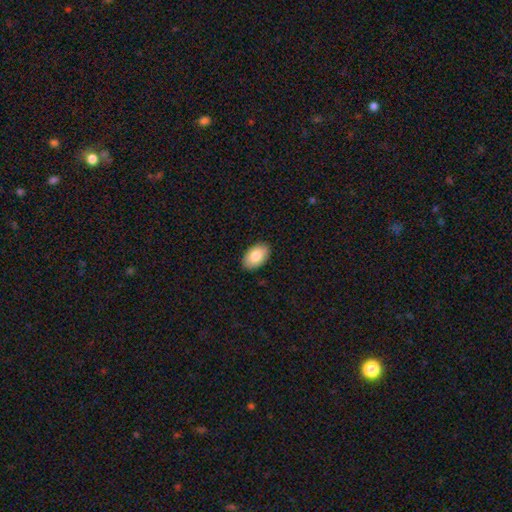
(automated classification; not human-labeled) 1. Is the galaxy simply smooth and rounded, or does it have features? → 84% smooth, 10% featured or disk, 6% star or artifact.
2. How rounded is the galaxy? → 94% in between, 5% round, 1% cigar-shaped.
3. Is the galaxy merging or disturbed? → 89% none, 8% minor disturbance, 2% major disturbance, 1% merger.